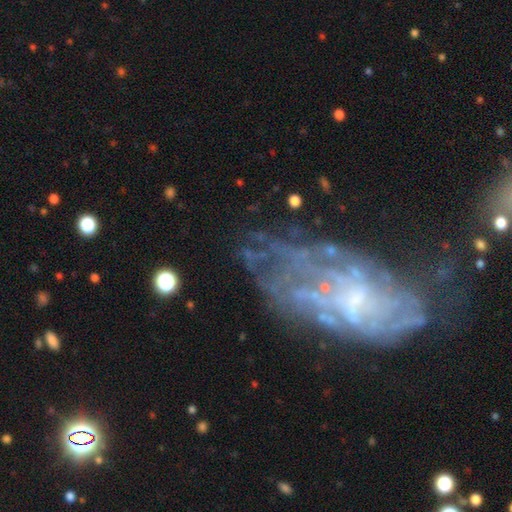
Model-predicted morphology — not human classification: Smooth or featured?
  - featured or disk: 68% *
  - star or artifact: 17%
  - smooth: 15%
Edge-on disk?
  - no: 94% *
  - yes: 6%
Bar?
  - no: 75% *
  - weak: 18%
  - strong: 7%
Spiral arms?
  - yes: 51% *
  - no: 49%
Bulge size?
  - none: 41% *
  - small: 40%
  - moderate: 15%
  - large: 3%
  - dominant: 2%
Merging?
  - none: 52% *
  - major disturbance: 24%
  - minor disturbance: 19%
  - merger: 6%